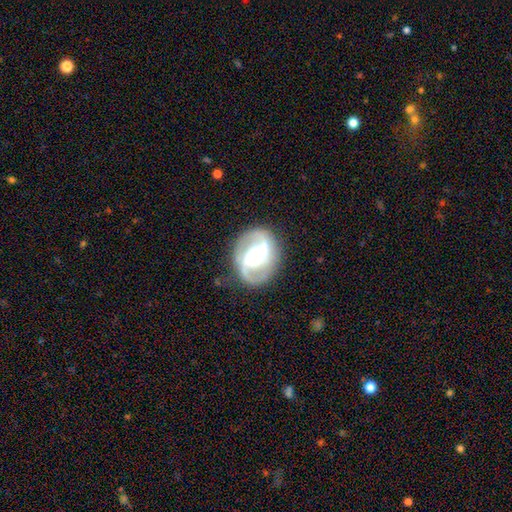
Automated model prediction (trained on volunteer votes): smooth_or_featured: featured or disk (p=0.87) [alt: smooth p=0.08]
disk_edge_on: no (p=0.97) [alt: yes p=0.03]
bar: strong (p=0.49) [alt: weak p=0.35]
has_spiral_arms: yes (p=0.94) [alt: no p=0.06]
spiral_winding: medium (p=0.49) [alt: loose p=0.27]
spiral_arm_count: 2 (p=0.92) [alt: can't tell p=0.03]
bulge_size: moderate (p=0.57) [alt: small p=0.22]
merging: none (p=0.84) [alt: minor disturbance p=0.11]